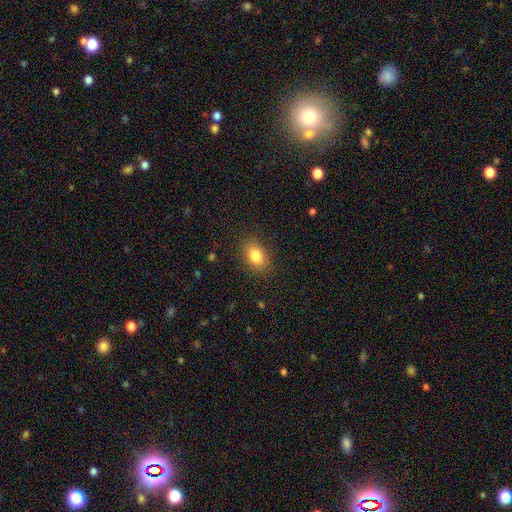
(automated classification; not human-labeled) A smooth galaxy with no disk features (84%) that is in between round and cigar-shaped (80%). Merging: none (85%).